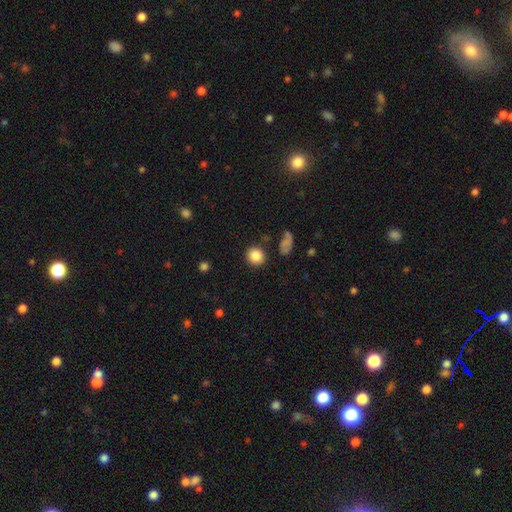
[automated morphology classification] Smooth or featured: smooth — 85% (star or artifact — 9%)
How rounded: round — 87% (in between — 12%)
Merging: none — 85% (minor disturbance — 8%)